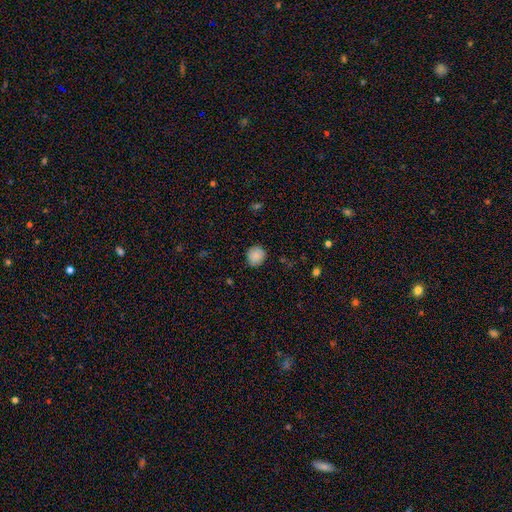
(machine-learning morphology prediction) A smooth galaxy with no disk features (87%) that is round (86%).

Vote fractions:
- Smooth or featured? smooth: 87% / star or artifact: 8% / featured or disk: 5%
- How rounded? round: 86% / in between: 13% / cigar-shaped: 1%
- Merging? none: 85% / minor disturbance: 11% / major disturbance: 2% / merger: 1%